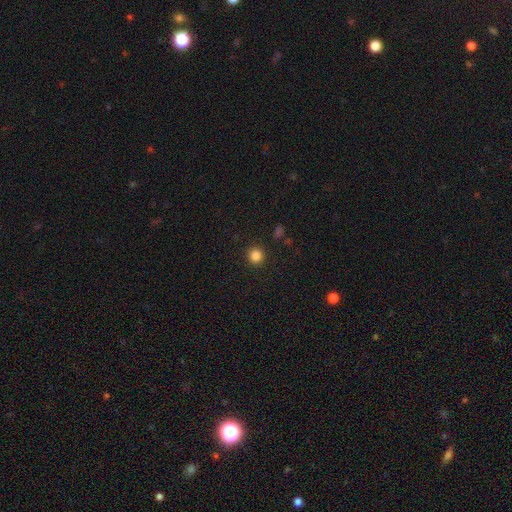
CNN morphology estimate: type=smooth (84%); roundness=round (93%); merging=none (92%).